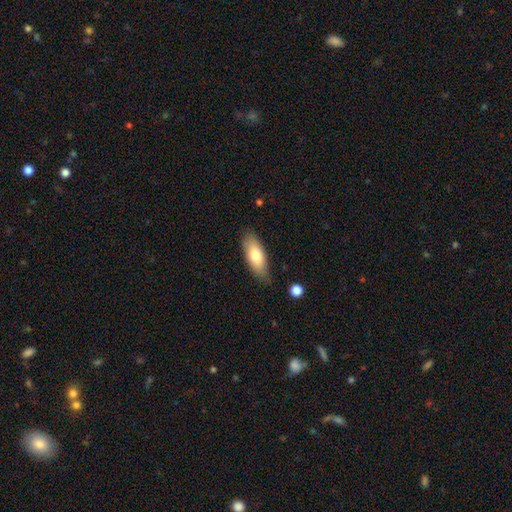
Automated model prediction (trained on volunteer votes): This appears to be a smooth galaxy with no disk features (75%) that is in between round and cigar-shaped (75%). Merging: none (78%).